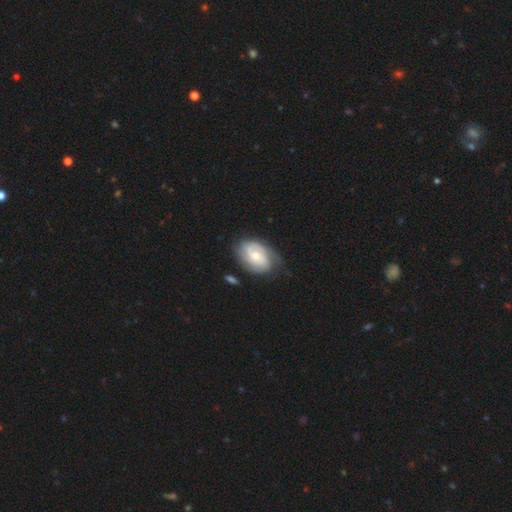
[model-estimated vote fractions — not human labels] The model was most divided on "bulge size": moderate: 50%, small: 44%, large: 3%, none: 2%, dominant: 1%. More confident: edge-on disk — no (97%); spiral arms — yes (92%); smooth or featured — featured or disk (73%); merging — none (67%); bar — no (62%); spiral winding — tight (52%); spiral arm count — 2 (50%).